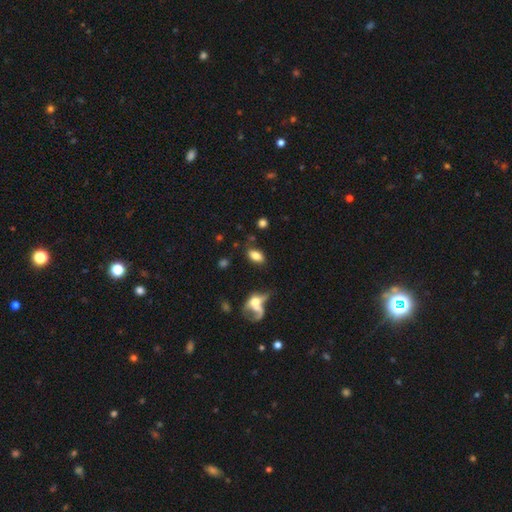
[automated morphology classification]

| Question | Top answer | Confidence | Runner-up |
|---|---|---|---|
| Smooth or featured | smooth | 78% | featured or disk (13%) |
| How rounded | in between | 89% | round (7%) |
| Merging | none | 72% | minor disturbance (14%) |